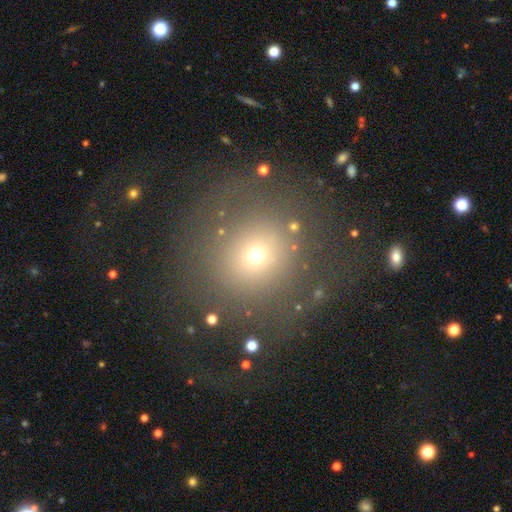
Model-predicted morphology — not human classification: smooth 64%, star or artifact 23%, featured or disk 13%. Down the decision tree: how rounded — round (89%); merging — none (73%).